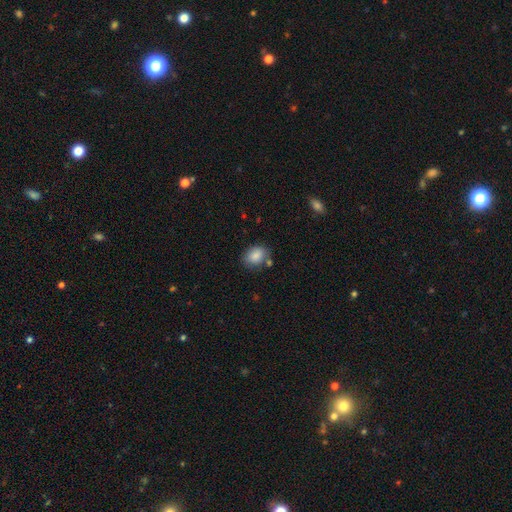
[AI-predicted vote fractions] A smooth galaxy with no disk features (86%) that is in between round and cigar-shaped (64%). Merging: none (68%).